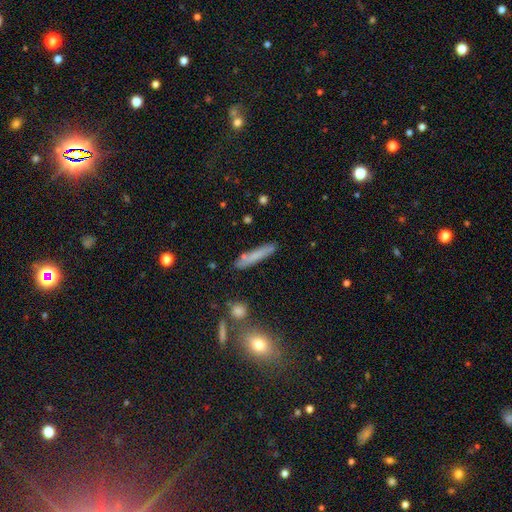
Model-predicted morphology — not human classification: smooth_or_featured: smooth (p=0.72) [alt: featured or disk p=0.19]
how_rounded: cigar-shaped (p=0.91) [alt: in between p=0.07]
merging: none (p=0.82) [alt: minor disturbance p=0.12]